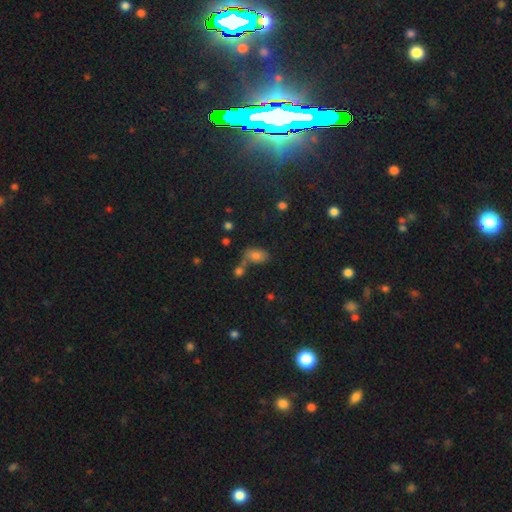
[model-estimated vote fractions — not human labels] Smooth or featured: smooth — 73% (star or artifact — 16%)
How rounded: in between — 88% (round — 9%)
Merging: none — 45% (merger — 31%)